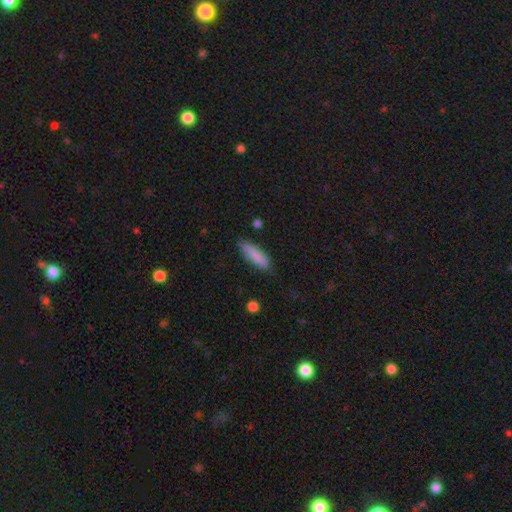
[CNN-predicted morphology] smooth-or-featured: smooth: 83% | featured or disk: 10% | star or artifact: 6%
  how-rounded: cigar-shaped: 67% | in between: 31% | round: 2%
  merging: none: 79% | minor disturbance: 16% | major disturbance: 3% | merger: 2%